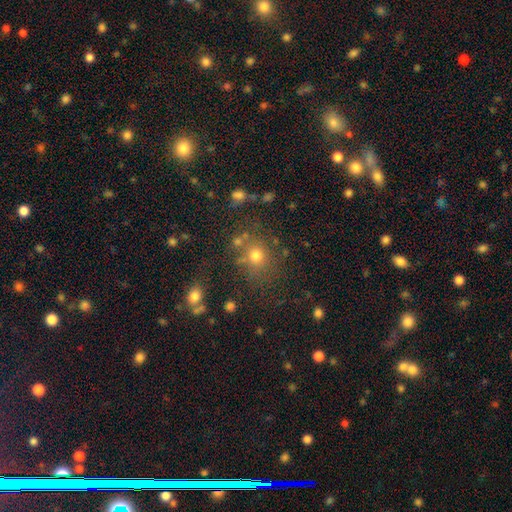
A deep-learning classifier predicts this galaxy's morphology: Smooth or featured: smooth — 67% (star or artifact — 23%)
How rounded: round — 81% (in between — 18%)
Merging: none — 73% (minor disturbance — 12%)